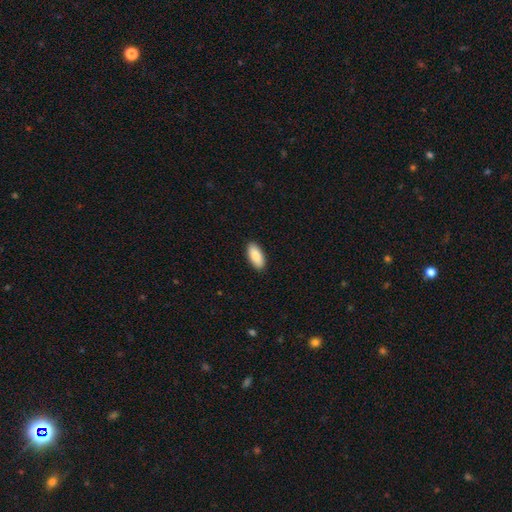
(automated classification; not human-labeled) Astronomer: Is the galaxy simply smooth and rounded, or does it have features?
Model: smooth — 87%.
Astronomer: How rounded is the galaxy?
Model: in between — 88%.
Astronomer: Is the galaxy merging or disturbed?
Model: none — 90%.